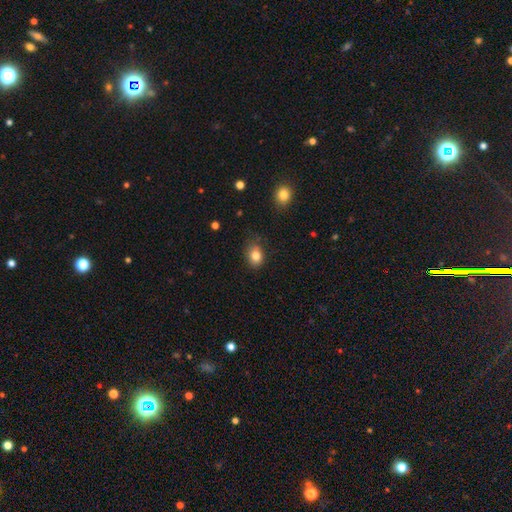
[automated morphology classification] smooth 83%, star or artifact 10%, featured or disk 7%. Down the decision tree: how rounded — in between (64%); merging — none (75%).